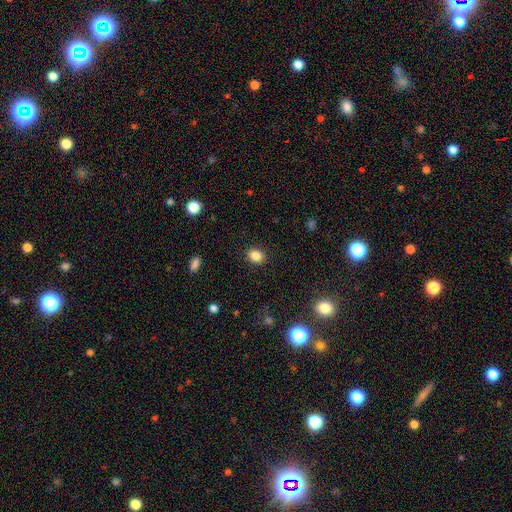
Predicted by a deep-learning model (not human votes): Morphology: type=smooth (85%); roundness=round (52%); merging=none (89%).